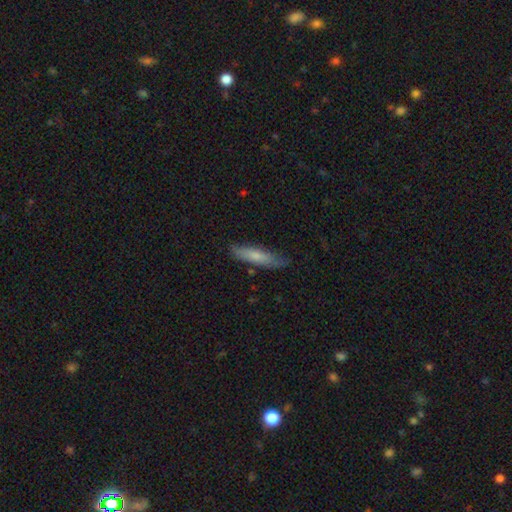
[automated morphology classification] Q: Smooth or featured?
A: smooth (71%); runner-up: featured or disk (24%)
Q: How rounded?
A: cigar-shaped (81%); runner-up: in between (18%)
Q: Merging?
A: none (78%); runner-up: minor disturbance (17%)